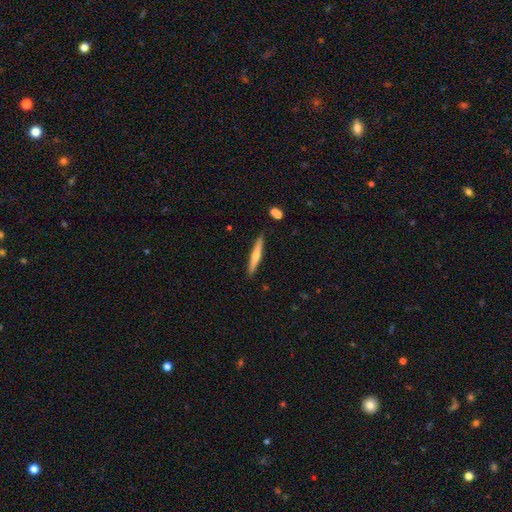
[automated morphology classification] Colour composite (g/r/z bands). It shows a smooth galaxy with no disk features (47%, tied with featured or disk). Merging: none (89%).